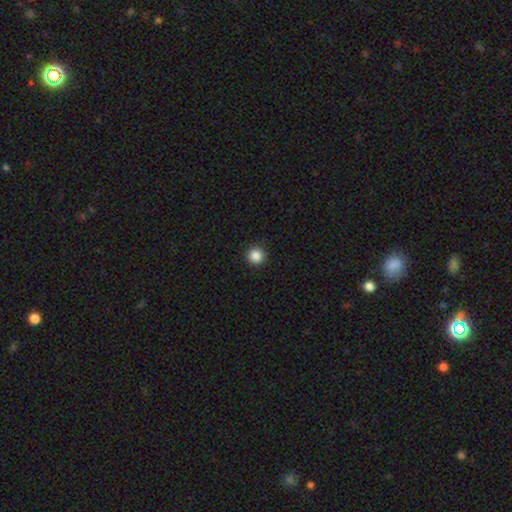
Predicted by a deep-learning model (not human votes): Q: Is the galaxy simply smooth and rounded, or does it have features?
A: smooth — 87%.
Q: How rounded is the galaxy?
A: round — 96%.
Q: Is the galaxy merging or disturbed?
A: none — 93%.